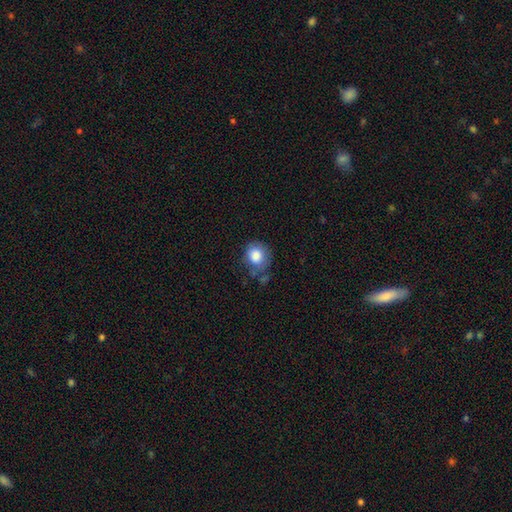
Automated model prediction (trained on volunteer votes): smooth 84%, featured or disk 8%, star or artifact 8%. Down the decision tree: how rounded — round (71%); merging — none (53%).